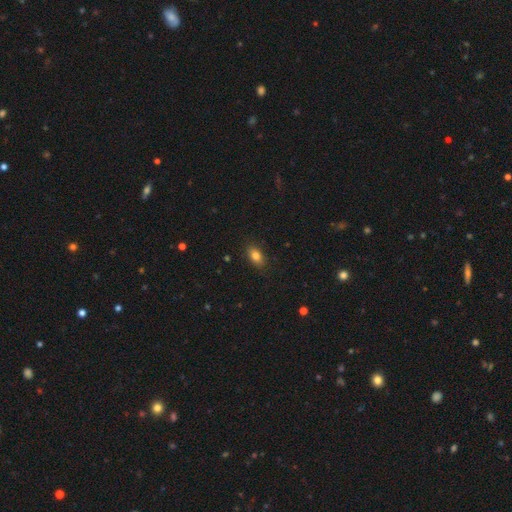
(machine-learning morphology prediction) A smooth galaxy with no disk features (82%) that is in between round and cigar-shaped (86%). Merging: none (87%).